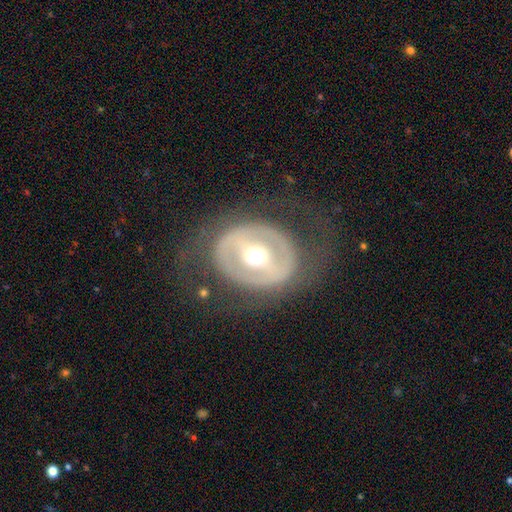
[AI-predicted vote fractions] smooth_or_featured: featured or disk (p=0.71) [alt: smooth p=0.23]
disk_edge_on: no (p=0.93) [alt: yes p=0.07]
bar: strong (p=0.51) [alt: weak p=0.27]
has_spiral_arms: no (p=0.81) [alt: yes p=0.19]
bulge_size: moderate (p=0.72) [alt: large p=0.13]
merging: none (p=0.69) [alt: major disturbance p=0.16]